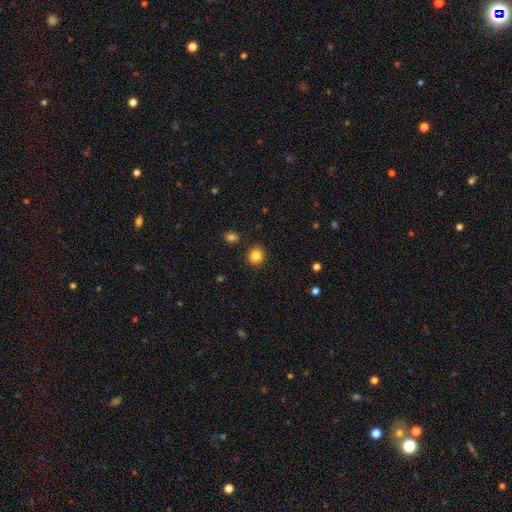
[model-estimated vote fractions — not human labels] A smooth galaxy with no disk features (84%) that is round (87%). Merging: none (90%).